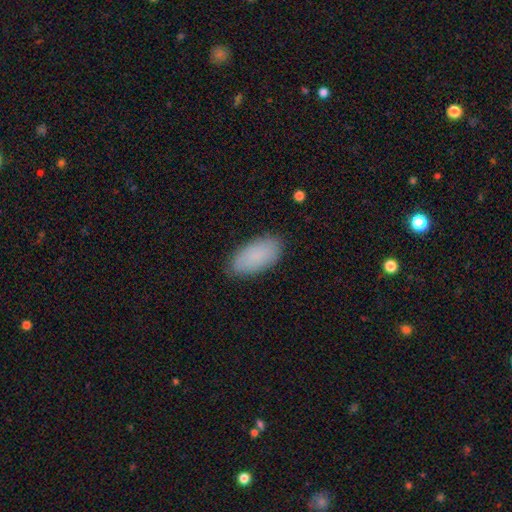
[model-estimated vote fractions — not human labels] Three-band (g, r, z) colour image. It shows a smooth galaxy with no disk features (87%) that is in between round and cigar-shaped (94%). Merging: none (84%).